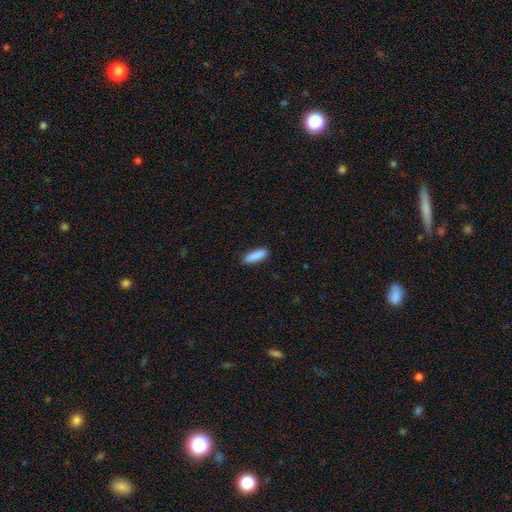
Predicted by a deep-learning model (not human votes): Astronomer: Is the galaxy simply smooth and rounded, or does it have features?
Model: smooth — 89%.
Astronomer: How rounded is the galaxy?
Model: cigar-shaped — 56% (runner-up: in between, 42%).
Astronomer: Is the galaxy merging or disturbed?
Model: none — 88%.